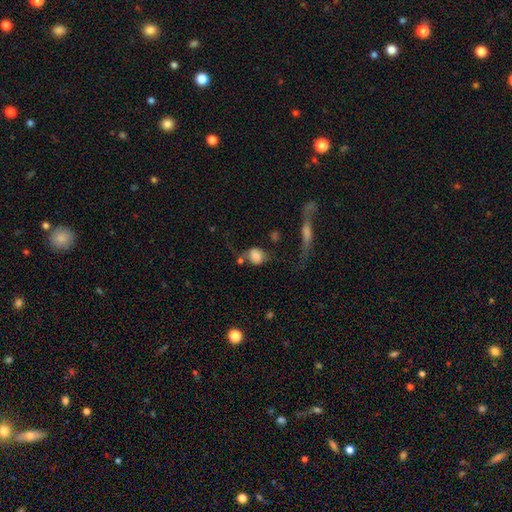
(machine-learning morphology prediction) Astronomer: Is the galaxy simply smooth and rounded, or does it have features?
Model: smooth — 72%.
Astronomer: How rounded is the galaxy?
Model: round — 66%.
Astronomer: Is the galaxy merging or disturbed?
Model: none — 45% (runner-up: minor disturbance, 21%).